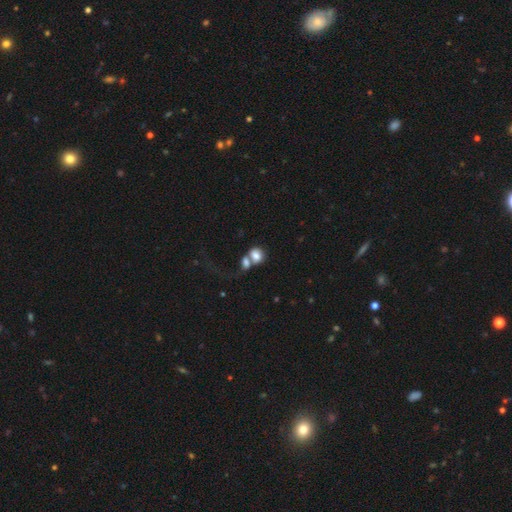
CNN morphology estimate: A smooth galaxy with no disk features (74%) that is round (50%).

Vote fractions:
- Smooth or featured? smooth: 74% / featured or disk: 16% / star or artifact: 9%
- How rounded? round: 50% / in between: 48% / cigar-shaped: 1%
- Merging? merger: 63% / none: 21% / major disturbance: 9% / minor disturbance: 7%